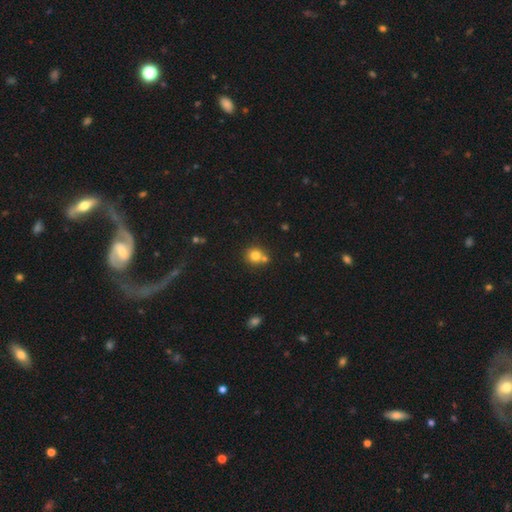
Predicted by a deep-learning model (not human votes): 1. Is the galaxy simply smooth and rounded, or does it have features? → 79% smooth, 12% star or artifact, 9% featured or disk.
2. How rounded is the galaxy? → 87% round, 12% in between, 1% cigar-shaped.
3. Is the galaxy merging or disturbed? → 58% none, 30% merger, 9% minor disturbance, 3% major disturbance.